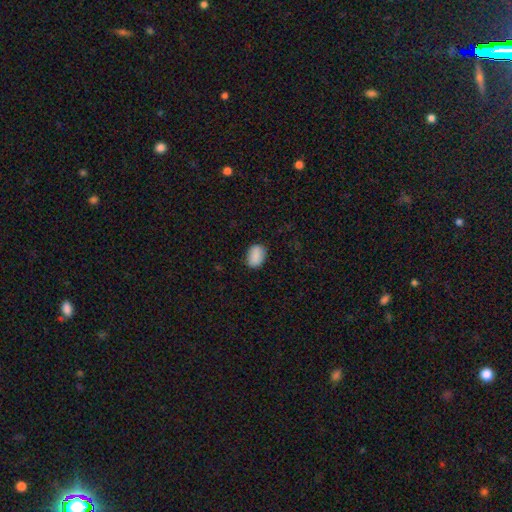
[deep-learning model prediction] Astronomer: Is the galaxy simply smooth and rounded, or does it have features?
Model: smooth — 87%.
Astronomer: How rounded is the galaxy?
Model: in between — 80%.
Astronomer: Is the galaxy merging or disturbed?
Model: none — 82%.